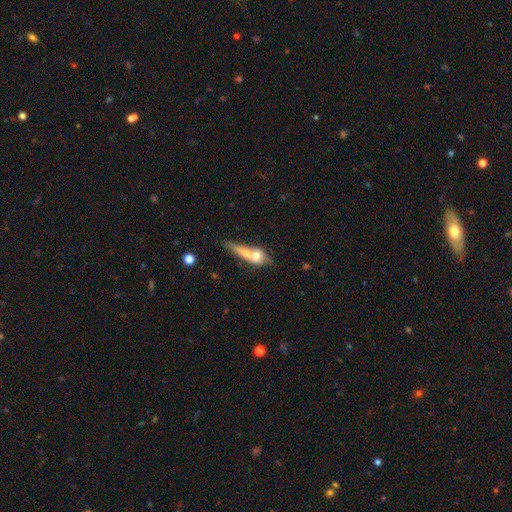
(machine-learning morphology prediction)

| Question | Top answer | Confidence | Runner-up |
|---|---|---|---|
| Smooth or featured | smooth | 57% | featured or disk (35%) |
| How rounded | cigar-shaped | 43% | in between (42%) |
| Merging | merger | 57% | none (22%) |